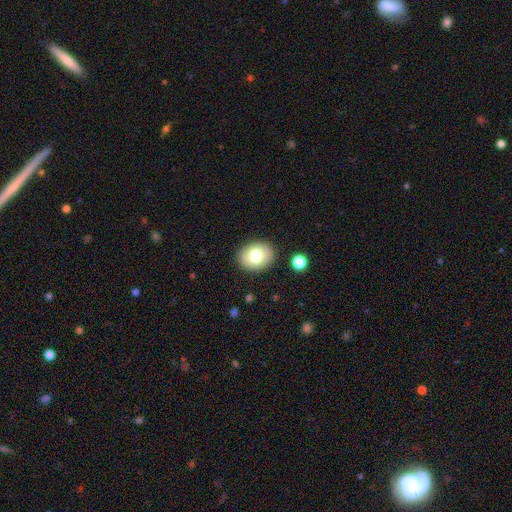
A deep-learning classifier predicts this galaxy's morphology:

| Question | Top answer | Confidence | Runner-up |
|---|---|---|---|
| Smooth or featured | smooth | 77% | featured or disk (15%) |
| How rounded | in between | 60% | round (39%) |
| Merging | none | 87% | minor disturbance (8%) |